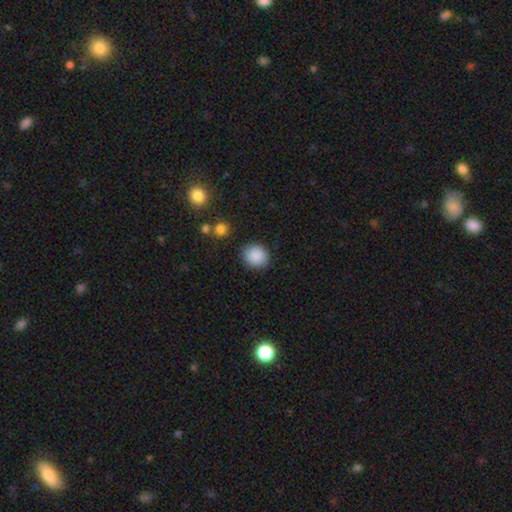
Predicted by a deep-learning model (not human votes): smooth-or-featured: smooth: 89% | star or artifact: 8% | featured or disk: 3%
  how-rounded: round: 82% | in between: 17% | cigar-shaped: 1%
  merging: none: 87% | minor disturbance: 9% | major disturbance: 3% | merger: 2%